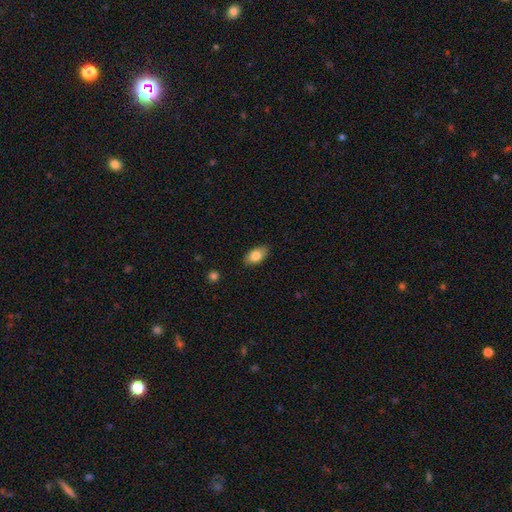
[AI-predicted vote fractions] Smooth or featured?
  - smooth: 83% *
  - featured or disk: 11%
  - star or artifact: 7%
How rounded?
  - in between: 92% *
  - round: 5%
  - cigar-shaped: 3%
Merging?
  - none: 86% *
  - minor disturbance: 11%
  - major disturbance: 2%
  - merger: 1%